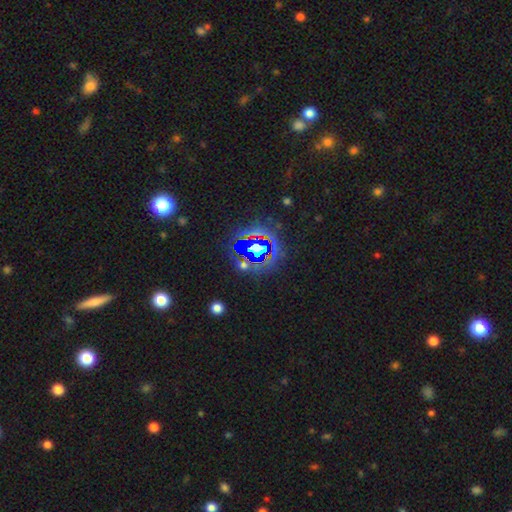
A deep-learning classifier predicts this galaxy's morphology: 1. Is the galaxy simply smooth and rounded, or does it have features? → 70% star or artifact, 16% smooth, 14% featured or disk.